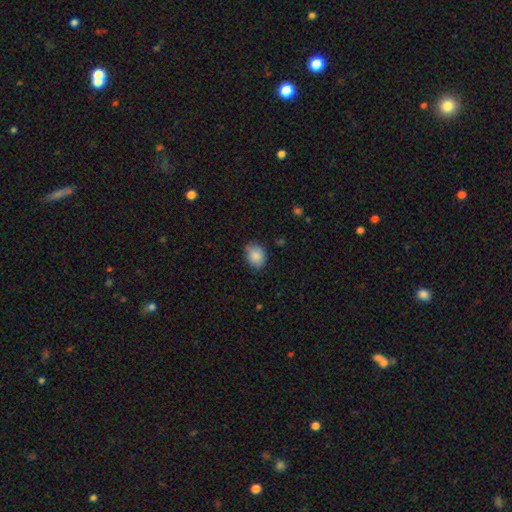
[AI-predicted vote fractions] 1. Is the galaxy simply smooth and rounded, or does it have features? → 86% smooth, 8% star or artifact, 6% featured or disk.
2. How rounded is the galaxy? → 52% in between, 47% round, 1% cigar-shaped.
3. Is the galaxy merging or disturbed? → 72% none, 23% minor disturbance, 3% major disturbance, 1% merger.